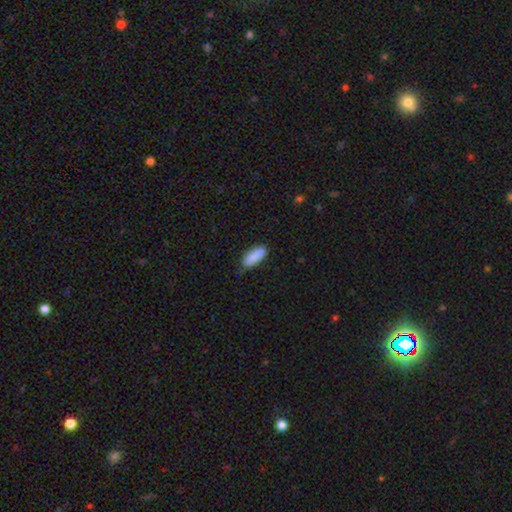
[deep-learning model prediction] smooth_or_featured: smooth (p=0.89) [alt: star or artifact p=0.06]
how_rounded: in between (p=0.74) [alt: cigar-shaped p=0.24]
merging: none (p=0.72) [alt: minor disturbance p=0.23]